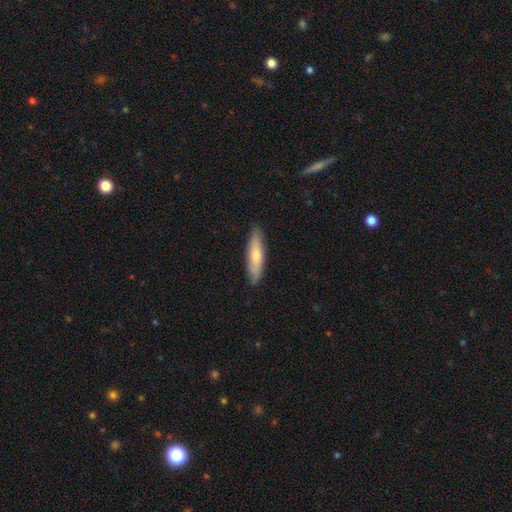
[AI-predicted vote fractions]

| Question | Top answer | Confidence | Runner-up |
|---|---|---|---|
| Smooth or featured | smooth | 71% | featured or disk (24%) |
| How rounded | cigar-shaped | 77% | in between (22%) |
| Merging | none | 88% | minor disturbance (9%) |